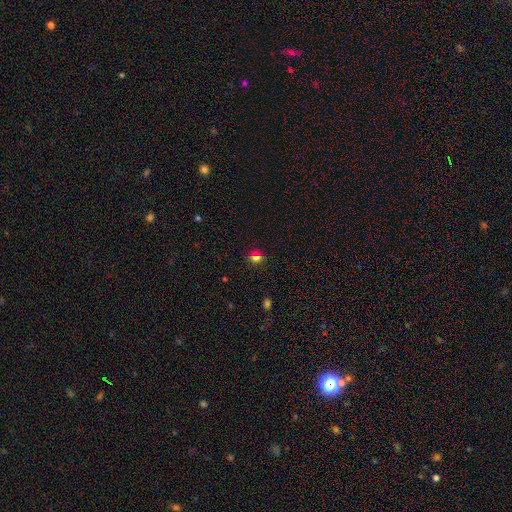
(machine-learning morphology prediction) smooth 70%, star or artifact 22%, featured or disk 7%. Down the decision tree: how rounded — round (82%); merging — none (84%).